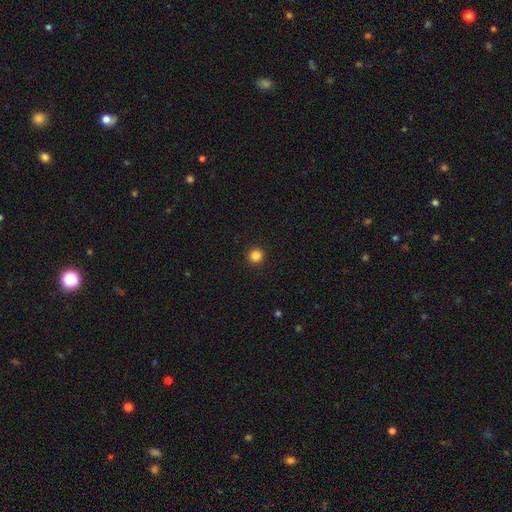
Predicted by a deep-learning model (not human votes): Smooth or featured: smooth — 84% (star or artifact — 12%)
How rounded: round — 96% (in between — 3%)
Merging: none — 93% (minor disturbance — 4%)